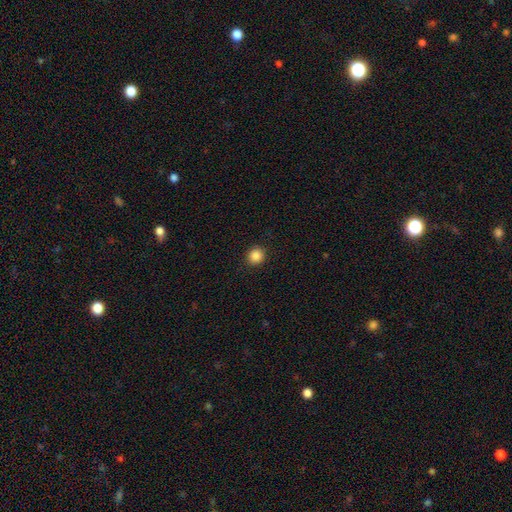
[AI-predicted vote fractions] smooth_or_featured: smooth (p=0.87) [alt: star or artifact p=0.10]
how_rounded: round (p=0.89) [alt: in between p=0.10]
merging: none (p=0.92) [alt: minor disturbance p=0.05]